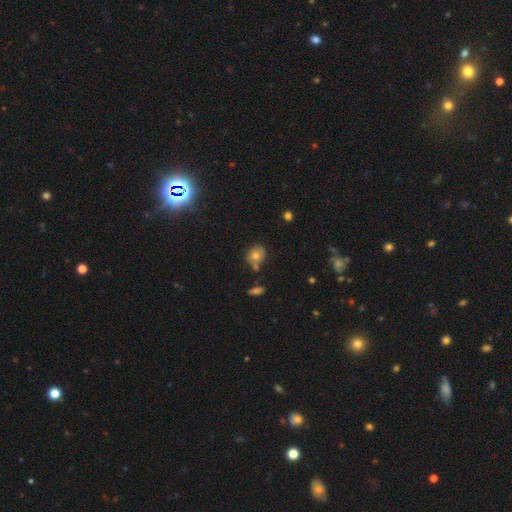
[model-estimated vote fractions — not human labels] Smooth or featured?
  - smooth: 73% *
  - featured or disk: 16%
  - star or artifact: 12%
How rounded?
  - round: 66% *
  - in between: 32%
  - cigar-shaped: 1%
Merging?
  - none: 65% *
  - minor disturbance: 19%
  - merger: 12%
  - major disturbance: 5%